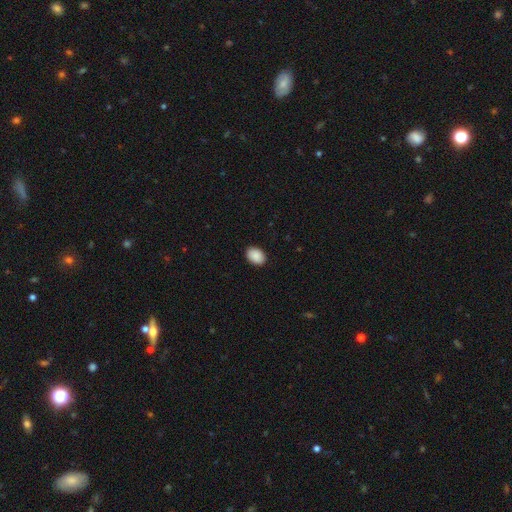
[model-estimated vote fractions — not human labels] Morphology: type=smooth (90%); roundness=in between (79%); merging=none (90%).